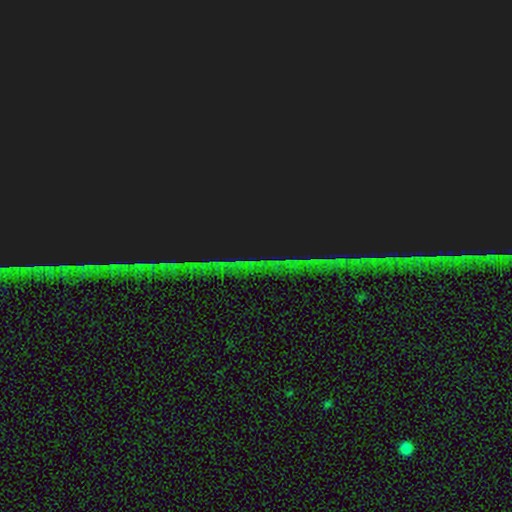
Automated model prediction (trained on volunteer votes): Smooth or featured? star or artifact (86%)